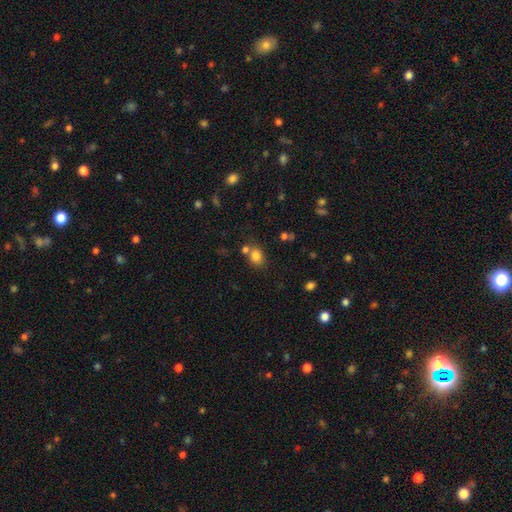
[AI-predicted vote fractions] Smooth or featured?
  - smooth: 80% *
  - star or artifact: 12%
  - featured or disk: 7%
How rounded?
  - in between: 50% *
  - round: 49%
  - cigar-shaped: 1%
Merging?
  - none: 60% *
  - merger: 23%
  - minor disturbance: 12%
  - major disturbance: 4%